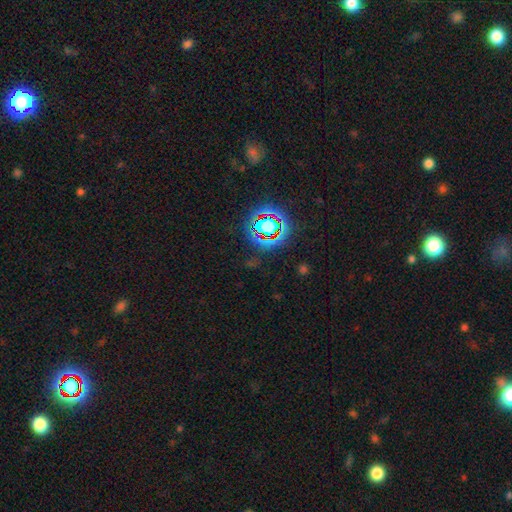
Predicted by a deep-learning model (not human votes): The model was most divided on "smooth or featured": star or artifact: 79%, smooth: 12%, featured or disk: 9%.